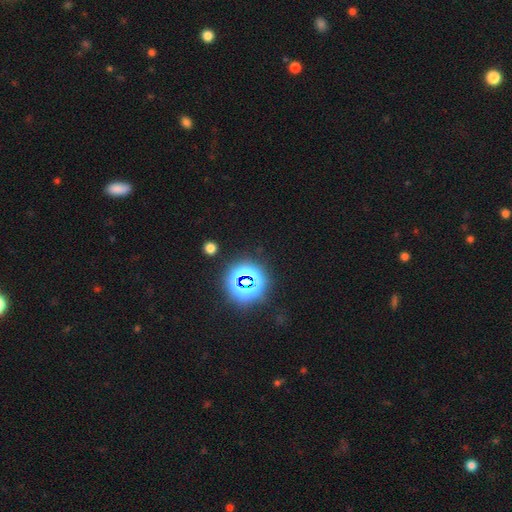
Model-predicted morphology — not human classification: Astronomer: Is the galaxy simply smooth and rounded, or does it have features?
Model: star or artifact — 83%.